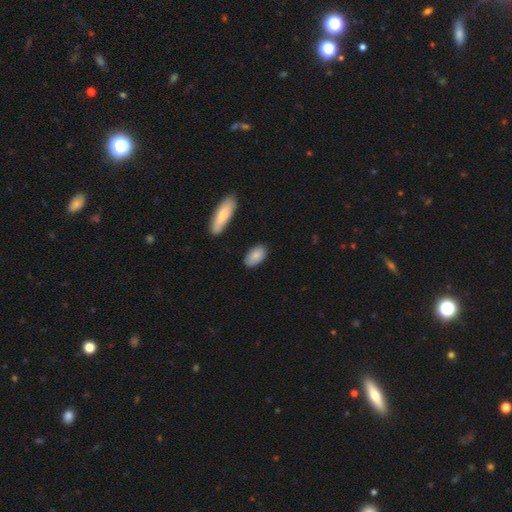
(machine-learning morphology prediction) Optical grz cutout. It shows a smooth galaxy with no disk features (84%) that is in between round and cigar-shaped (92%). Merging: none (81%).